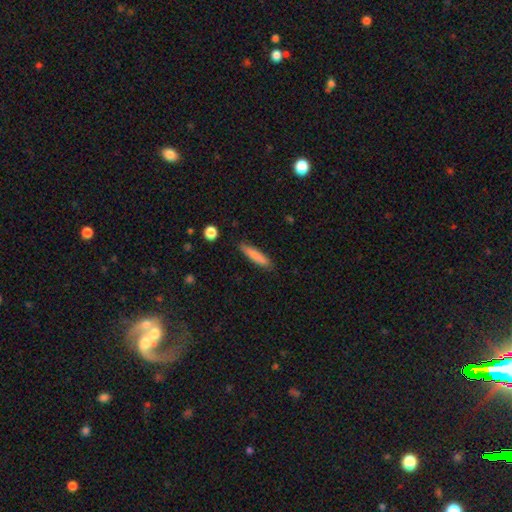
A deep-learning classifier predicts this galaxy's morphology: smooth-or-featured: smooth: 83% | featured or disk: 11% | star or artifact: 6%
  how-rounded: cigar-shaped: 86% | in between: 12% | round: 1%
  merging: none: 85% | minor disturbance: 11% | major disturbance: 2% | merger: 1%